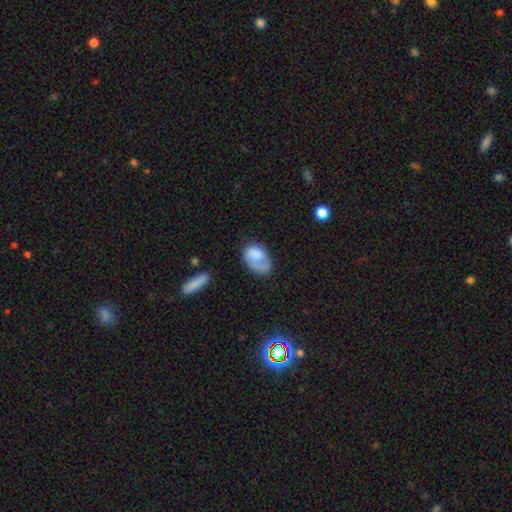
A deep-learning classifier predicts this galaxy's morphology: A smooth galaxy with no disk features (67%) that is in between round and cigar-shaped (85%).

Vote fractions:
- Smooth or featured? smooth: 67% / featured or disk: 26% / star or artifact: 7%
- How rounded? in between: 85% / round: 14% / cigar-shaped: 1%
- Merging? none: 43% / minor disturbance: 27% / major disturbance: 26% / merger: 4%